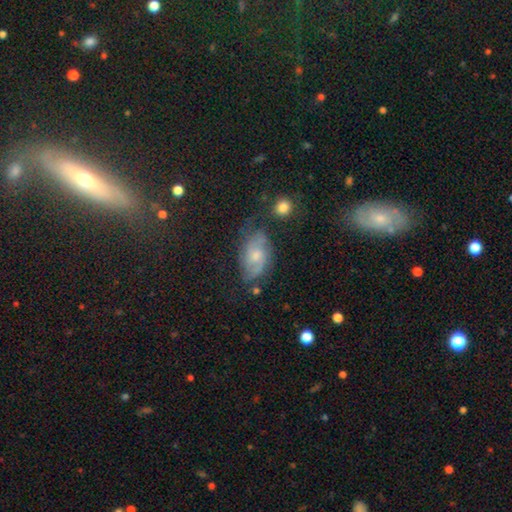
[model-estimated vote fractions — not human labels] smooth-or-featured: featured or disk: 57% | smooth: 32% | star or artifact: 11%
  disk-edge-on: no: 95% | yes: 5%
    bar: no: 64% | weak: 31% | strong: 4%
    has-spiral-arms: yes: 84% | no: 16%
    bulge-size: moderate: 46% | small: 41% | none: 6% | large: 5% | dominant: 2%
  merging: none: 59% | minor disturbance: 26% | major disturbance: 12% | merger: 4%